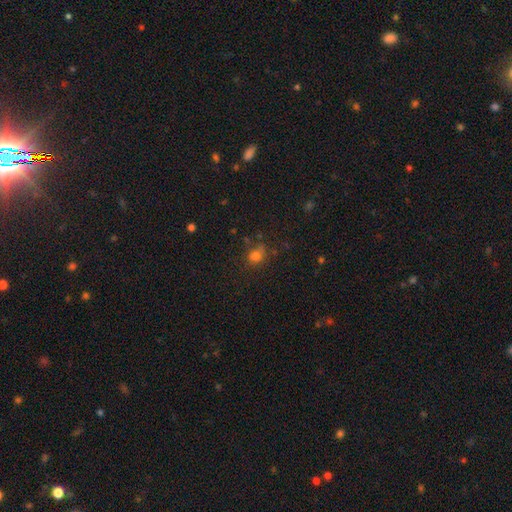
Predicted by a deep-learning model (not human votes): This is likely a smooth galaxy (74%). How rounded: possibly round (60%). Merging: likely none (61%).